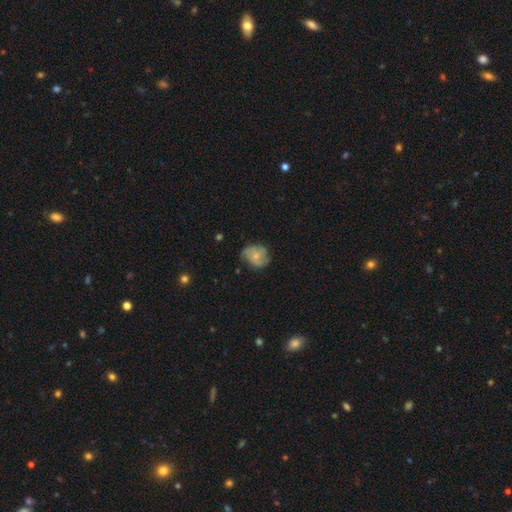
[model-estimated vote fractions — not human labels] Q: Smooth or featured?
A: featured or disk (50%); runner-up: smooth (42%)
Q: Edge-on disk?
A: no (97%); runner-up: yes (3%)
Q: Merging?
A: none (60%); runner-up: minor disturbance (29%)